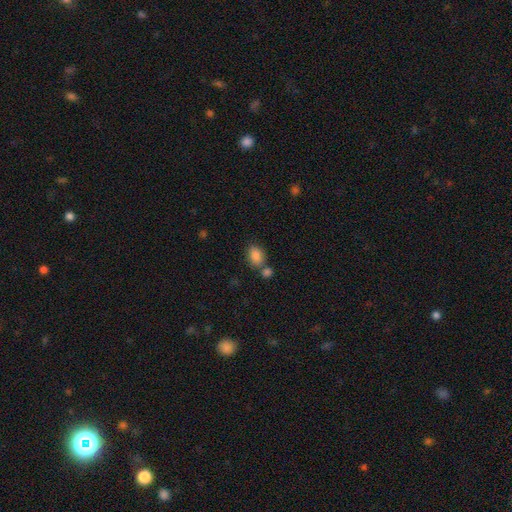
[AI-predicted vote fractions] Smooth or featured?
  - smooth: 85% *
  - star or artifact: 9%
  - featured or disk: 5%
How rounded?
  - in between: 72% *
  - round: 26%
  - cigar-shaped: 1%
Merging?
  - none: 59% *
  - merger: 25%
  - minor disturbance: 12%
  - major disturbance: 4%